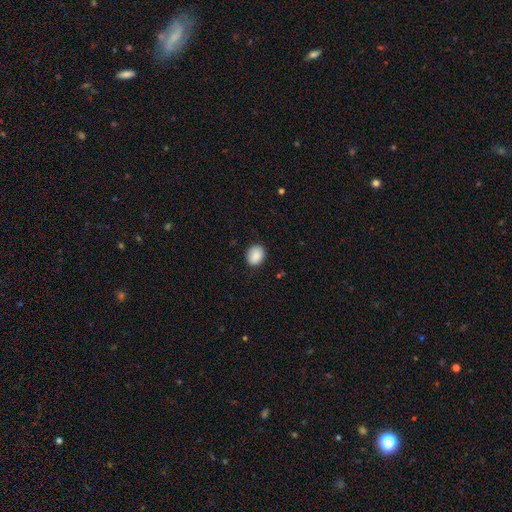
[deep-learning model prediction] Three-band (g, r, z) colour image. It shows a smooth galaxy with no disk features (89%) that is round (59%). Merging: none (86%).